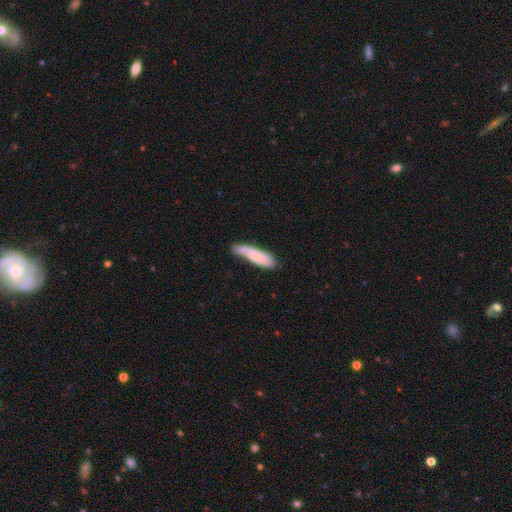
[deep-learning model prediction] A smooth galaxy with no disk features (65%) that is cigar-shaped (61%). Merging: none (54%).